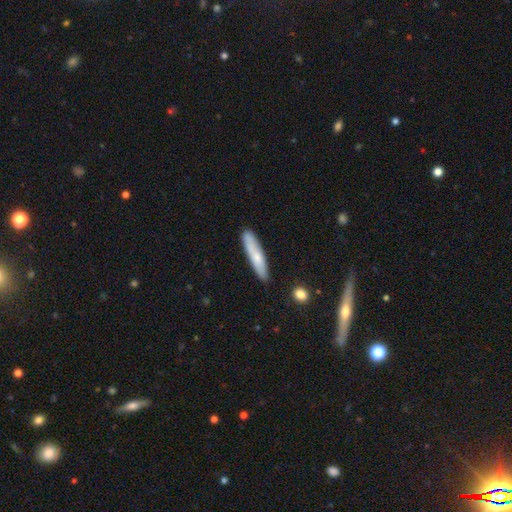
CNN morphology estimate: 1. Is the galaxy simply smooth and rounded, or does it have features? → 66% smooth, 28% featured or disk, 6% star or artifact.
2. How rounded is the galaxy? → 87% cigar-shaped, 11% in between, 1% round.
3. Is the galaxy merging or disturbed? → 84% none, 12% minor disturbance, 2% merger, 2% major disturbance.